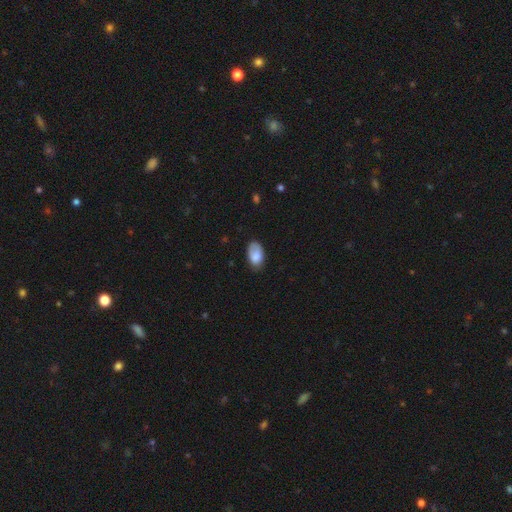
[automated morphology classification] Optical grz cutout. It shows a smooth galaxy with no disk features (82%) that is in between round and cigar-shaped (93%). Merging: none (62%).